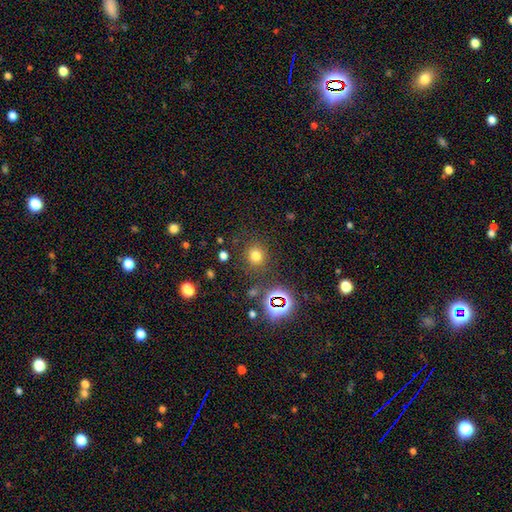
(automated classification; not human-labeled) The model was most divided on "smooth or featured": smooth: 70%, star or artifact: 23%, featured or disk: 7%. More confident: how rounded — round (86%); merging — none (83%).